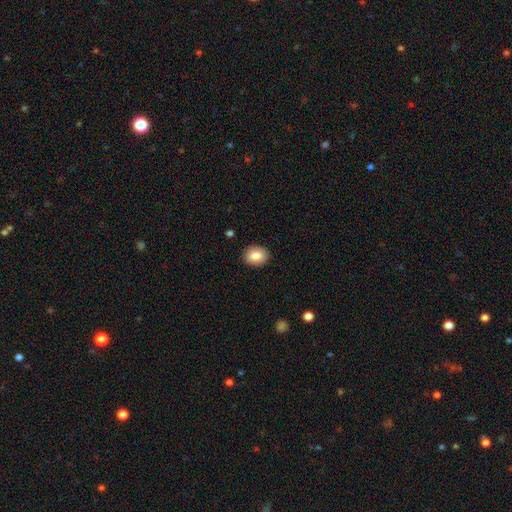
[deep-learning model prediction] Morphology: type=smooth (85%); roundness=in between (55%); merging=none (90%).